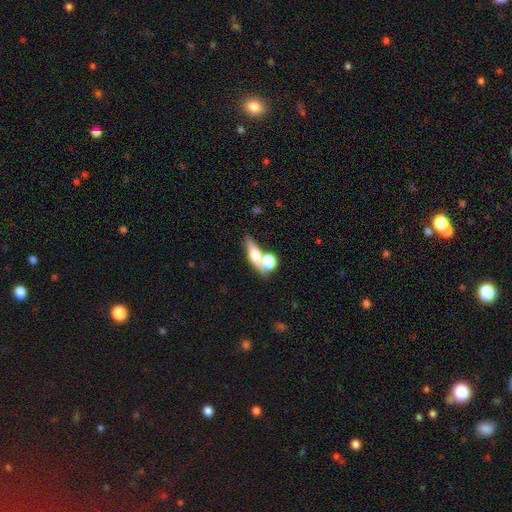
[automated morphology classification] Overall: smooth (60%; featured or disk 30%). How rounded: in between (46%; cigar-shaped 33%). Merging: merger (42%; none 40%).